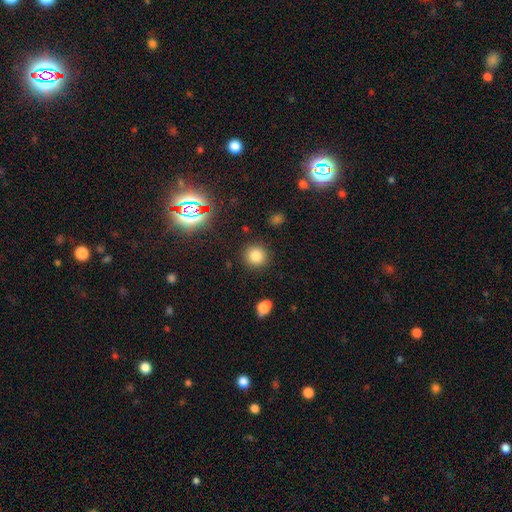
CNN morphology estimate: A smooth galaxy with no disk features (81%) that is round (91%).

Vote fractions:
- Smooth or featured? smooth: 81% / star or artifact: 14% / featured or disk: 6%
- How rounded? round: 91% / in between: 8% / cigar-shaped: 1%
- Merging? none: 88% / minor disturbance: 7% / major disturbance: 3% / merger: 2%